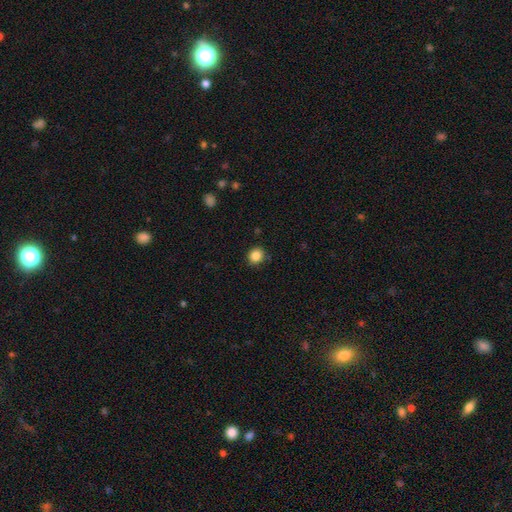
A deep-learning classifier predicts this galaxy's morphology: A smooth galaxy with no disk features (86%) that is round (83%).

Vote fractions:
- Smooth or featured? smooth: 86% / star or artifact: 10% / featured or disk: 4%
- How rounded? round: 83% / in between: 16% / cigar-shaped: 1%
- Merging? none: 86% / minor disturbance: 10% / major disturbance: 2% / merger: 2%